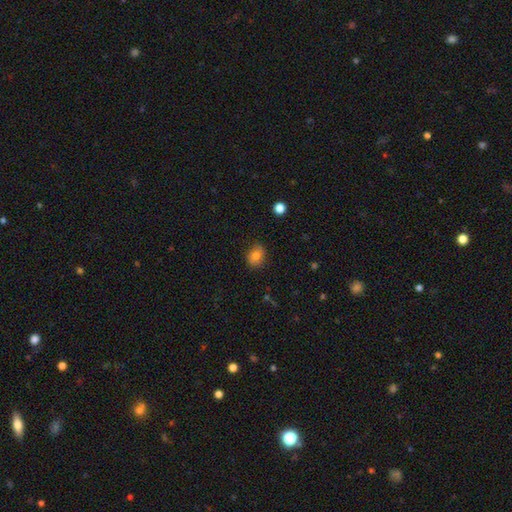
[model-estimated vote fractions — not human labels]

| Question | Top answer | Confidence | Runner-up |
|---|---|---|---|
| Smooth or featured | smooth | 77% | featured or disk (12%) |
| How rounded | in between | 51% | round (48%) |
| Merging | none | 81% | minor disturbance (15%) |